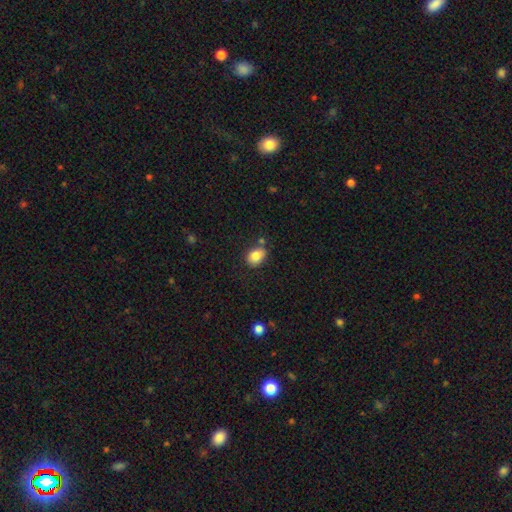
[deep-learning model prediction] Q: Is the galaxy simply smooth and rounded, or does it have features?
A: smooth — 83%.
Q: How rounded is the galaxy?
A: in between — 66%.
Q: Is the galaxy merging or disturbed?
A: none — 73%.